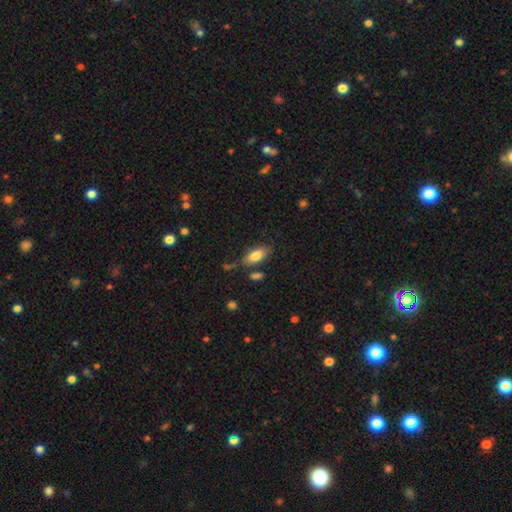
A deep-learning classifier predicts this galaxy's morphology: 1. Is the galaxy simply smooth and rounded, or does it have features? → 80% smooth, 13% featured or disk, 7% star or artifact.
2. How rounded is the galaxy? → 87% in between, 10% cigar-shaped, 3% round.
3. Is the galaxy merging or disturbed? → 70% none, 17% minor disturbance, 8% merger, 5% major disturbance.